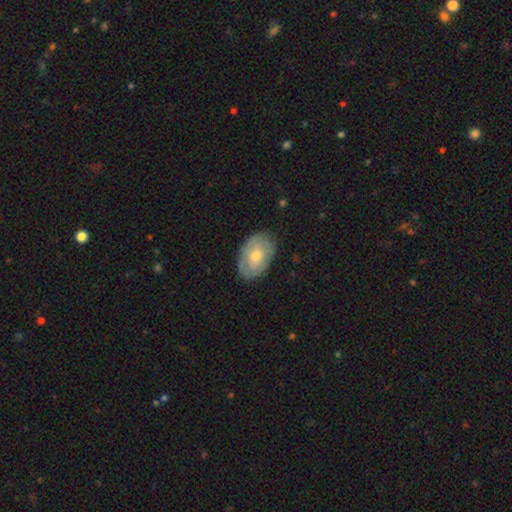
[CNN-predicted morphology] Q: Smooth or featured?
A: smooth (57%); runner-up: featured or disk (37%)
Q: How rounded?
A: in between (86%); runner-up: round (13%)
Q: Merging?
A: none (80%); runner-up: minor disturbance (15%)